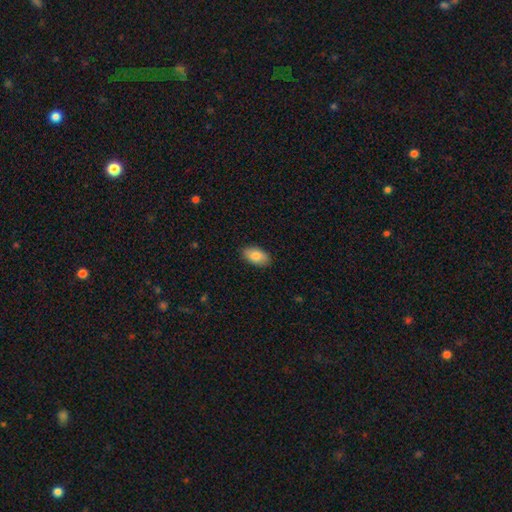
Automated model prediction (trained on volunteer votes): This is clearly a smooth galaxy (84%). How rounded: clearly in between (94%). Merging: clearly none (87%).